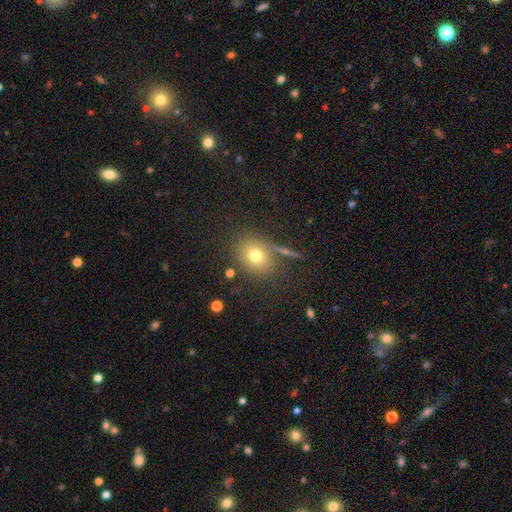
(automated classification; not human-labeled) Smooth or featured? Predicted: smooth (p=0.73). How rounded? Predicted: round (p=0.57). Merging? Predicted: none (p=0.77).